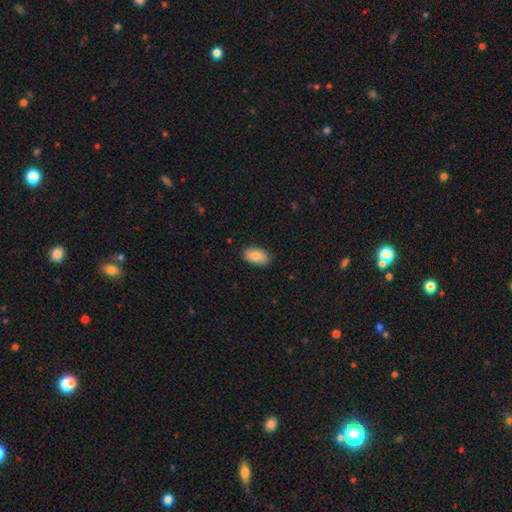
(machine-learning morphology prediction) smooth_or_featured: smooth (p=0.85) [alt: featured or disk p=0.08]
how_rounded: in between (p=0.94) [alt: round p=0.04]
merging: none (p=0.87) [alt: minor disturbance p=0.10]